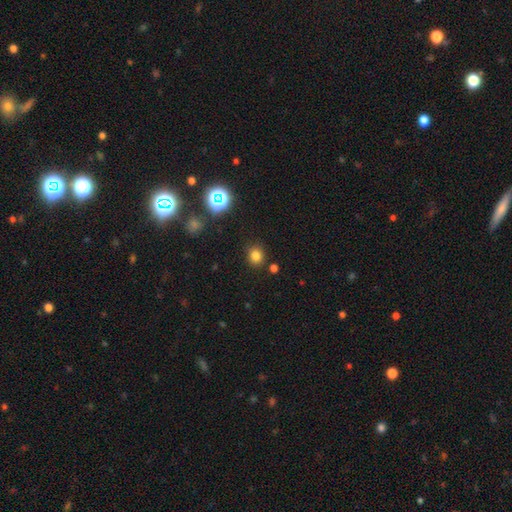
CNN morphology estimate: This is likely a smooth galaxy (78%). How rounded: likely round (78%). Merging: clearly none (85%).